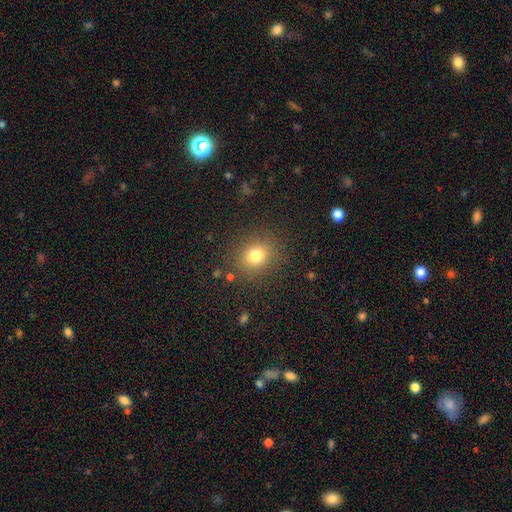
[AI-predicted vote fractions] Smooth or featured: smooth — 76% (star or artifact — 15%)
How rounded: round — 75% (in between — 25%)
Merging: none — 86% (minor disturbance — 8%)